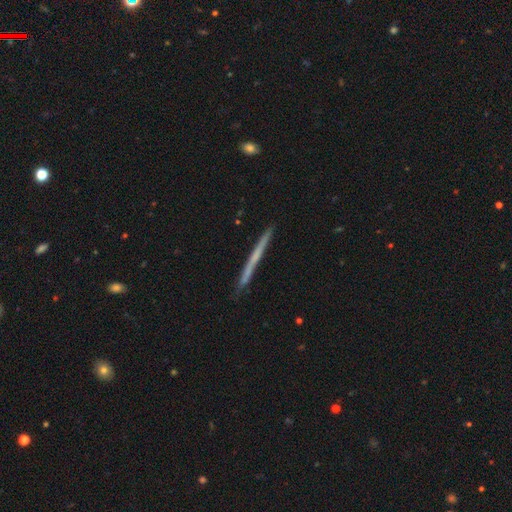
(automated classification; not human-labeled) A featured or disk galaxy (52%) viewed edge-on (97%) with no central bulge (88%).

Vote fractions:
- Smooth or featured? featured or disk: 52% / smooth: 42% / star or artifact: 6%
- Edge-on disk? yes: 97% / no: 3%
- Edge-on bulge? none: 88% / rounded: 8% / boxy: 3%
- Merging? none: 90% / minor disturbance: 8% / major disturbance: 1% / merger: 1%